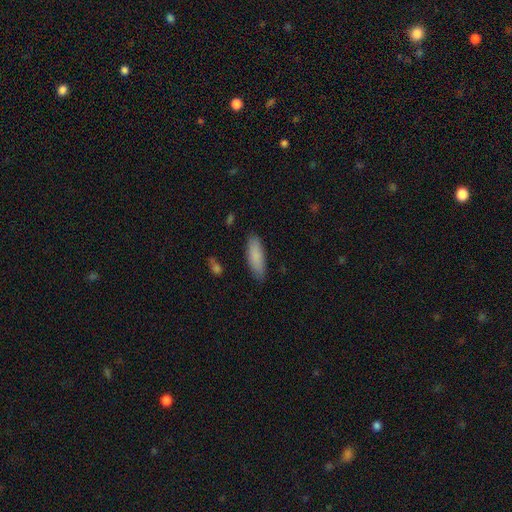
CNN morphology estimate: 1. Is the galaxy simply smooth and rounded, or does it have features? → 85% smooth, 9% featured or disk, 6% star or artifact.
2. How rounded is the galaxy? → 50% in between, 48% cigar-shaped, 2% round.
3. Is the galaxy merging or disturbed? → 85% none, 12% minor disturbance, 2% major disturbance, 1% merger.